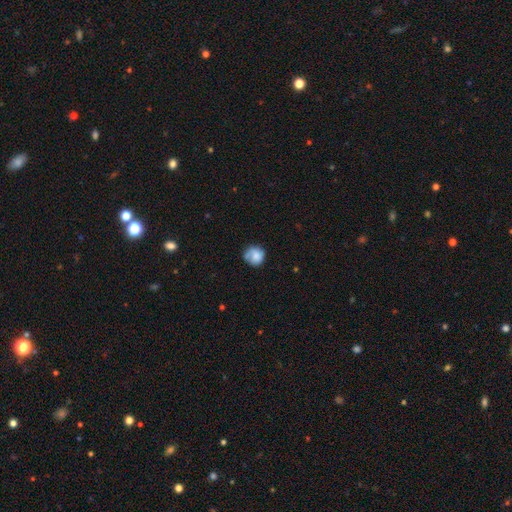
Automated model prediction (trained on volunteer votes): This appears to be a smooth galaxy with no disk features (69%) that is round (82%). Merging: none (55%).